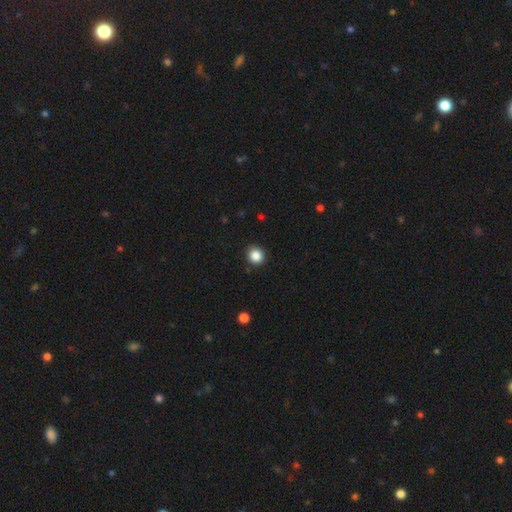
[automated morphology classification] type=smooth (86%); roundness=round (90%); merging=none (91%).